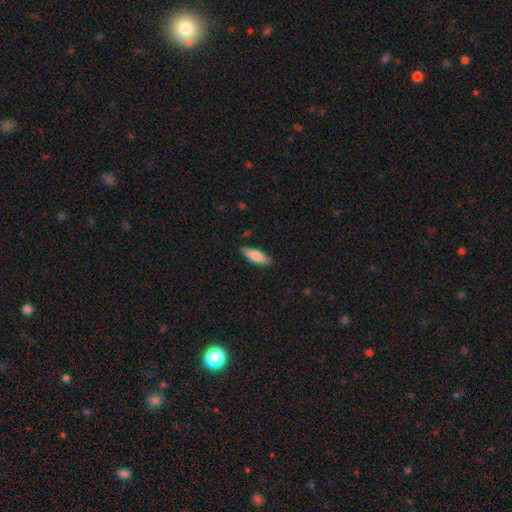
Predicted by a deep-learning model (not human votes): Smooth or featured?
  - smooth: 81% *
  - featured or disk: 14%
  - star or artifact: 6%
How rounded?
  - in between: 61% *
  - cigar-shaped: 38%
  - round: 2%
Merging?
  - none: 84% *
  - minor disturbance: 13%
  - major disturbance: 2%
  - merger: 1%